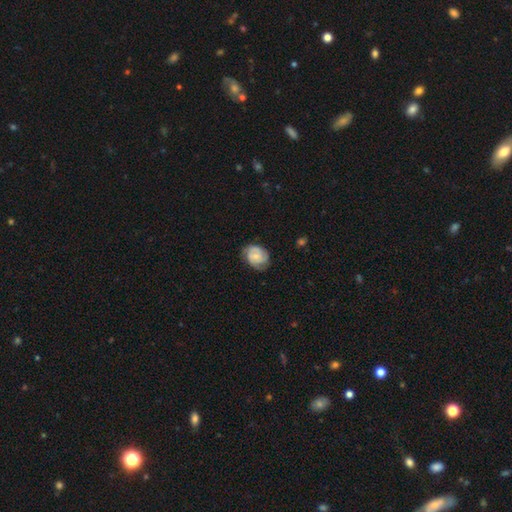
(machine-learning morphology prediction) Overall: featured or disk (55%; smooth 38%). Edge-on disk: no (97%). Bar: no (66%; weak 29%). Spiral arms: yes (87%). Bulge size: small (56%; moderate 33%). Merging: none (68%).